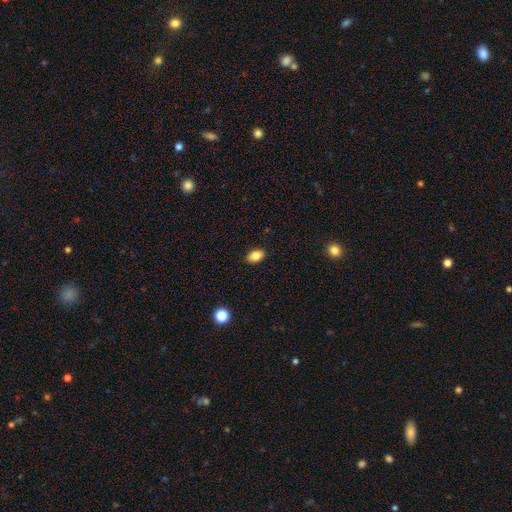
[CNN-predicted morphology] This is clearly a smooth galaxy (84%). How rounded: clearly in between (88%). Merging: clearly none (89%).